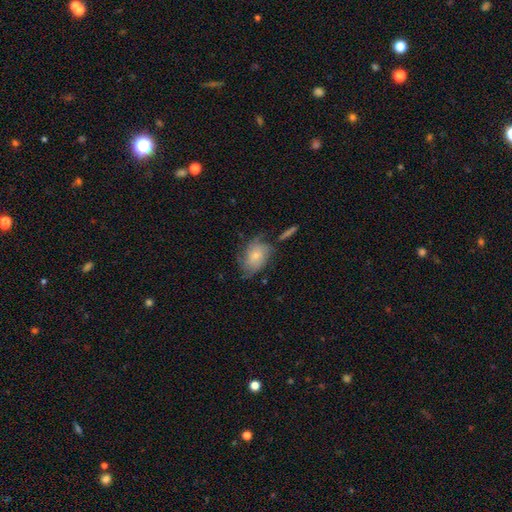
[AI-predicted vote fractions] Smooth or featured: smooth — 47% (featured or disk — 45%)
Merging: none — 50% (minor disturbance — 28%)